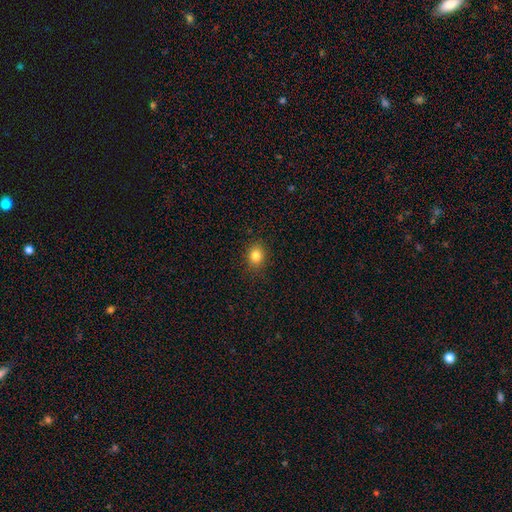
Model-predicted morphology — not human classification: A smooth galaxy with no disk features (82%) that is round (59%). Merging: none (89%).